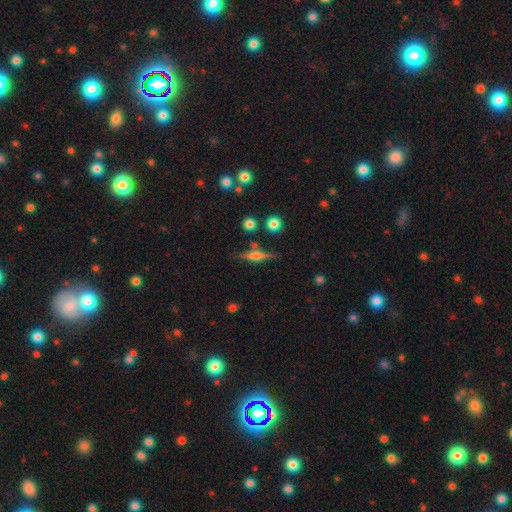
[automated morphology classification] This is likely a featured or disk galaxy (63%). It is clearly viewed edge-on (96%). Edge-on bulge: likely rounded (80%). Merging: clearly none (81%).